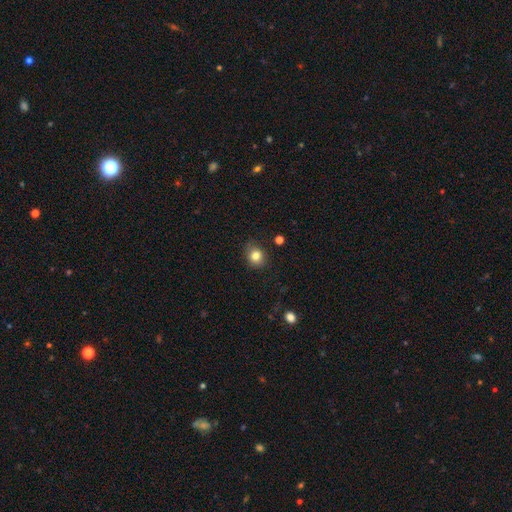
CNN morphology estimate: smooth_or_featured: smooth (p=0.82) [alt: star or artifact p=0.11]
how_rounded: round (p=0.72) [alt: in between p=0.27]
merging: none (p=0.83) [alt: minor disturbance p=0.13]